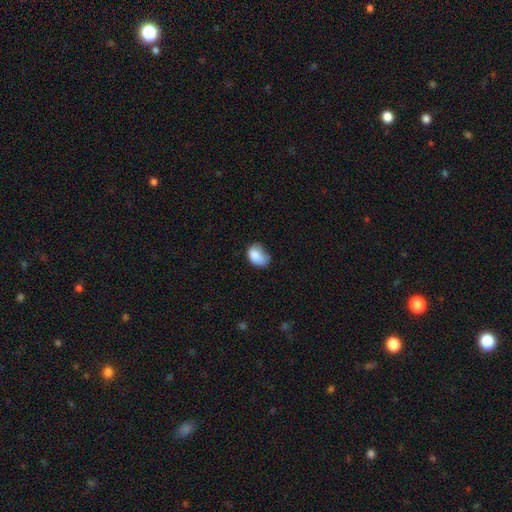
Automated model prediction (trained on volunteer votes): A smooth galaxy with no disk features (82%) that is in between round and cigar-shaped (82%). Merging: minor disturbance (43%).